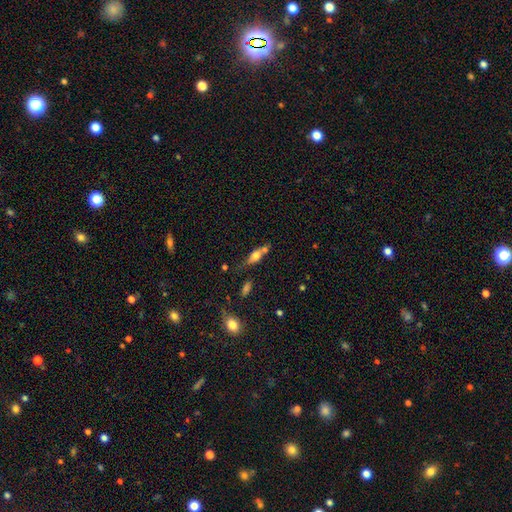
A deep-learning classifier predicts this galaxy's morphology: The model was most divided on "merging": none: 40%, merger: 33%, minor disturbance: 18%, major disturbance: 9%. More confident: how rounded — in between (64%); smooth or featured — smooth (61%).